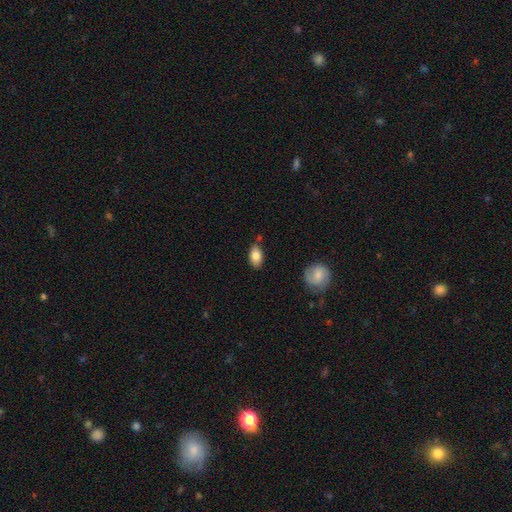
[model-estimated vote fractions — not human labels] smooth-or-featured: smooth: 83% | featured or disk: 10% | star or artifact: 7%
  how-rounded: in between: 91% | round: 6% | cigar-shaped: 3%
  merging: none: 78% | minor disturbance: 15% | merger: 4% | major disturbance: 3%